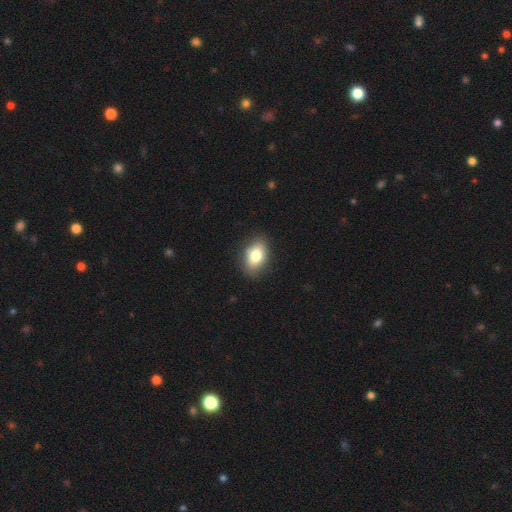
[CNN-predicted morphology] This is likely a smooth galaxy (77%). How rounded: clearly in between (83%). Merging: clearly none (86%).